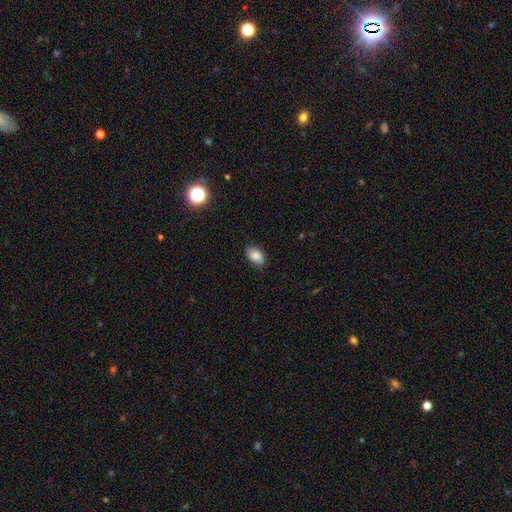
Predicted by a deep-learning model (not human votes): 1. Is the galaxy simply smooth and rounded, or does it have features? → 86% smooth, 8% star or artifact, 6% featured or disk.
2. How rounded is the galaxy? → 90% in between, 8% round, 2% cigar-shaped.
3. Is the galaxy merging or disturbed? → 84% none, 13% minor disturbance, 2% major disturbance, 1% merger.